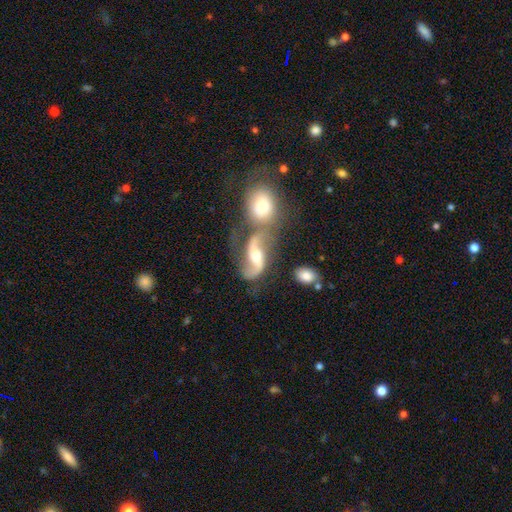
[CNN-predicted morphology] This appears to be a featured or disk galaxy (83%) with a weak bar (40%, tied with no), 2 (92%) loose (71%) spiral arms (95%) and a moderate central bulge (64%). Merging: merger (48%).